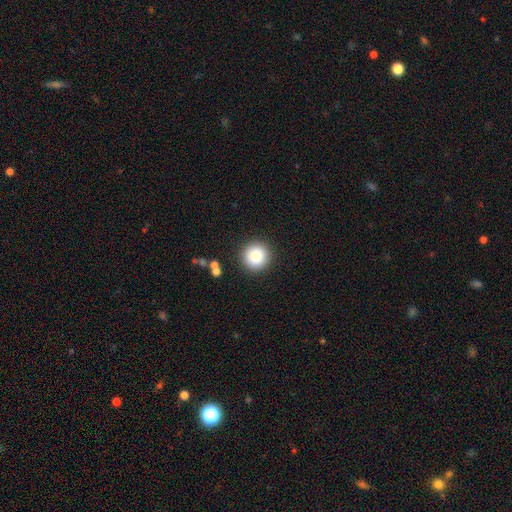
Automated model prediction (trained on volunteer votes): Smooth or featured: smooth — 81% (star or artifact — 10%)
How rounded: round — 96% (in between — 4%)
Merging: none — 90% (minor disturbance — 6%)